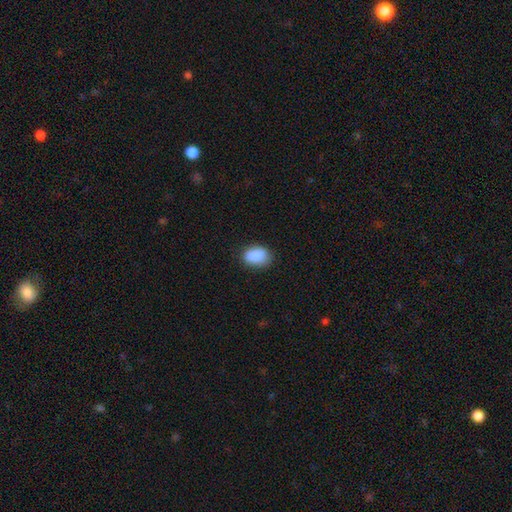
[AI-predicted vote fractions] Overall: smooth (88%). How rounded: in between (82%). Merging: none (79%).